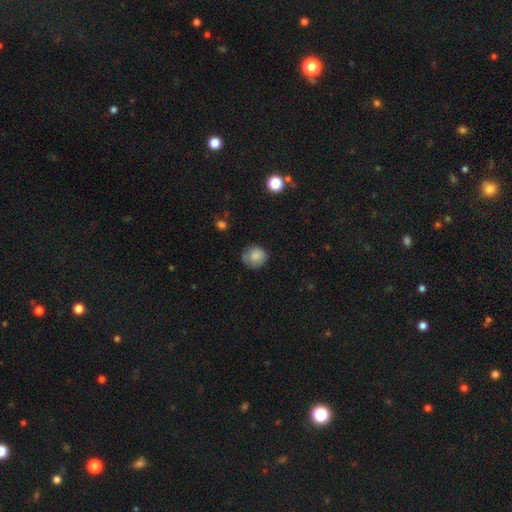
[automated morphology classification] smooth_or_featured: smooth (p=0.83) [alt: star or artifact p=0.09]
how_rounded: round (p=0.82) [alt: in between p=0.17]
merging: none (p=0.69) [alt: minor disturbance p=0.23]